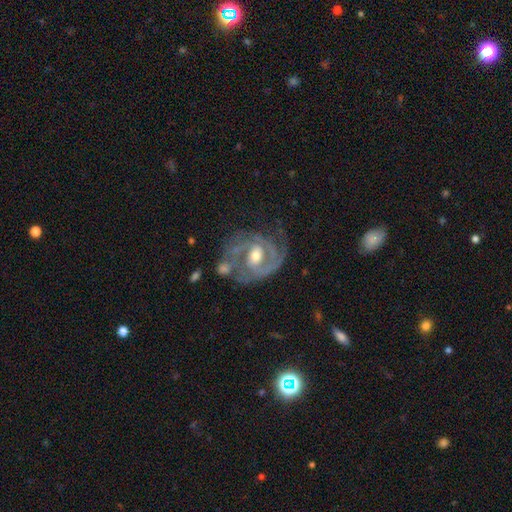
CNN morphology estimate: This is clearly a featured or disk galaxy (81%). It is clearly not viewed edge-on (97%). Bar: marginally weak (41%, tied with no). Spiral arm pattern: clearly yes (85%). Spiral arm count: likely 2 (63%). Spiral winding: possibly tight (46%). Central bulge: likely moderate (69%). Merging: likely none (62%).